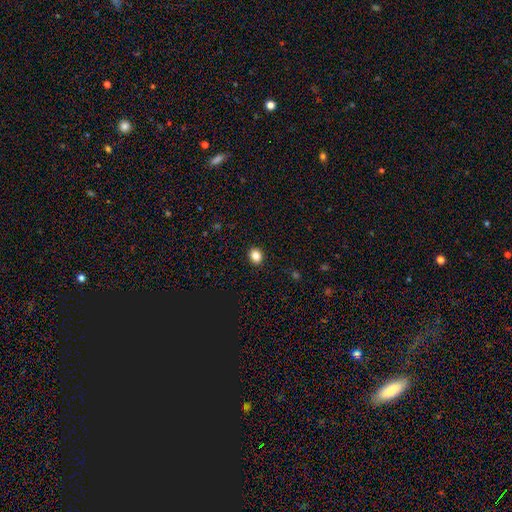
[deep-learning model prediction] The model was most divided on "how rounded": round: 60%, in between: 39%, cigar-shaped: 1%. More confident: merging — none (92%); smooth or featured — smooth (85%).